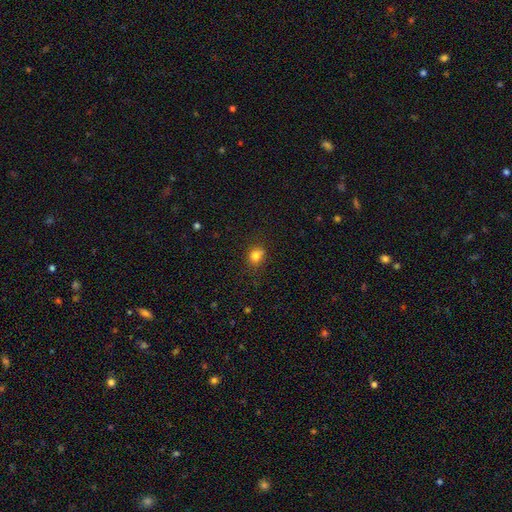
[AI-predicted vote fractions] Smooth or featured: smooth — 80% (star or artifact — 13%)
How rounded: round — 66% (in between — 33%)
Merging: none — 67% (minor disturbance — 19%)